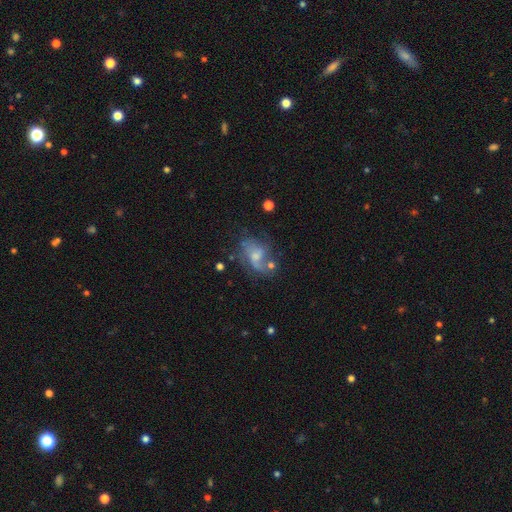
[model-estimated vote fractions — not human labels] This appears to be a featured or disk galaxy (63%) with no bar (59%), spiral arms (77%) and a moderate central bulge (41%). Merging: none (45%).